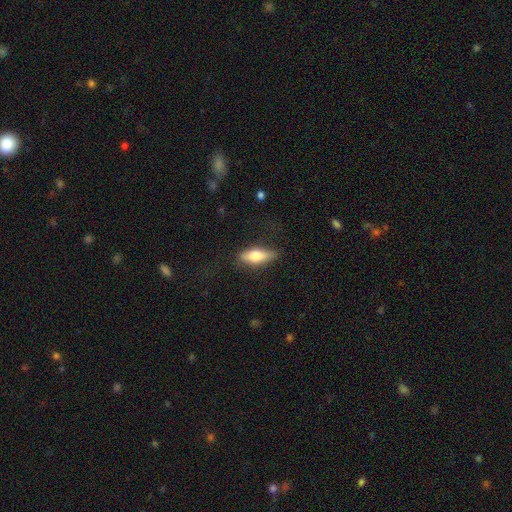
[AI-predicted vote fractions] Smooth or featured? smooth (65%)
How rounded? in between (62%)
Merging? none (76%)